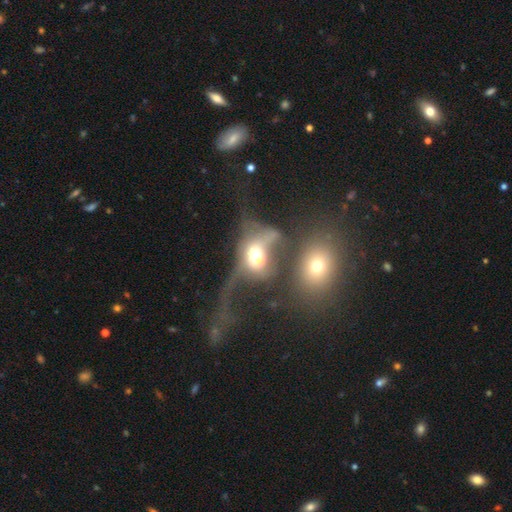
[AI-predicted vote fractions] A featured or disk galaxy (44%).

Vote fractions:
- Smooth or featured? featured or disk: 44% / smooth: 43% / star or artifact: 14%
- Merging? merger: 58% / major disturbance: 28% / none: 8% / minor disturbance: 5%